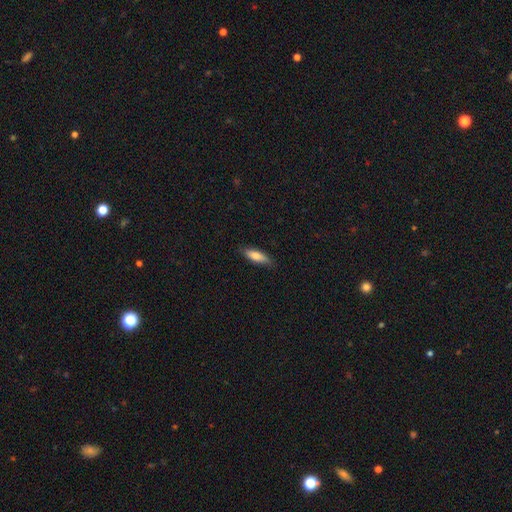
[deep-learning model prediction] Q: Smooth or featured?
A: smooth (77%); runner-up: featured or disk (17%)
Q: How rounded?
A: in between (49%); tied with: cigar-shaped (49%)
Q: Merging?
A: none (82%); runner-up: minor disturbance (15%)